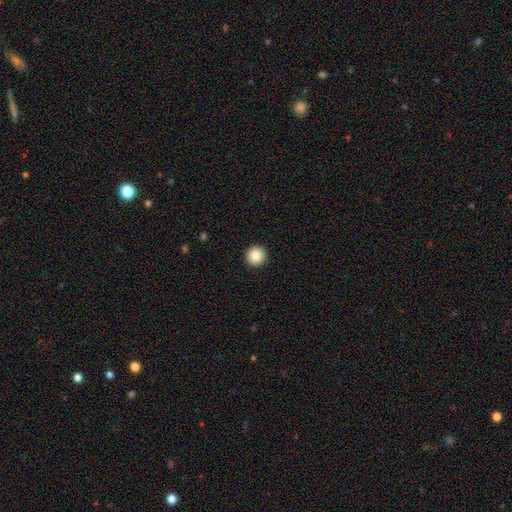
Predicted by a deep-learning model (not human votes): Smooth or featured?
  - smooth: 86% *
  - star or artifact: 9%
  - featured or disk: 5%
How rounded?
  - round: 96% *
  - in between: 3%
  - cigar-shaped: 1%
Merging?
  - none: 94% *
  - minor disturbance: 4%
  - major disturbance: 1%
  - merger: 1%